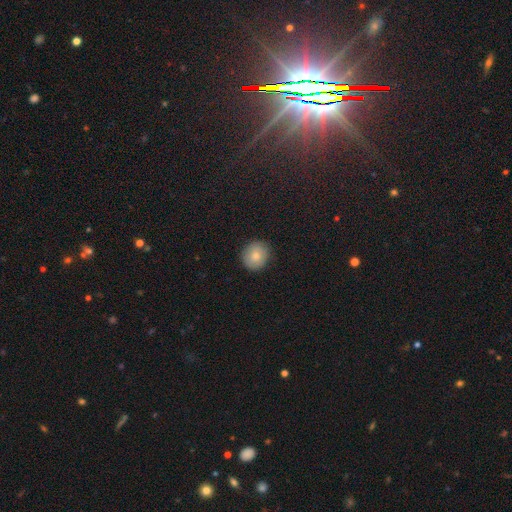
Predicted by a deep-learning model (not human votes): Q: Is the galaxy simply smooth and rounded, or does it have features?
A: smooth — 81%.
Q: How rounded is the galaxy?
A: round — 86%.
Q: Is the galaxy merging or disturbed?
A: none — 89%.